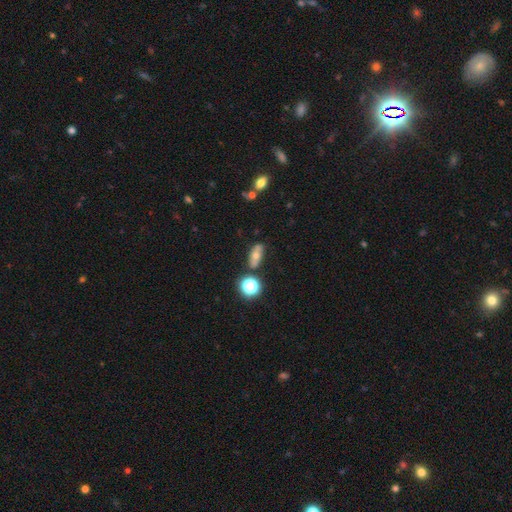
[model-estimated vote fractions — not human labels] Smooth or featured: smooth — 53% (featured or disk — 31%)
How rounded: in between — 66% (cigar-shaped — 18%)
Merging: none — 74% (minor disturbance — 16%)